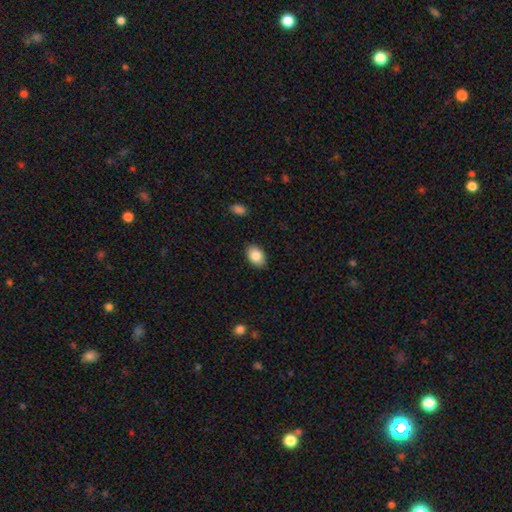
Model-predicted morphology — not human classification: smooth_or_featured: smooth (p=0.85) [alt: featured or disk p=0.08]
how_rounded: in between (p=0.87) [alt: round p=0.12]
merging: none (p=0.88) [alt: minor disturbance p=0.09]